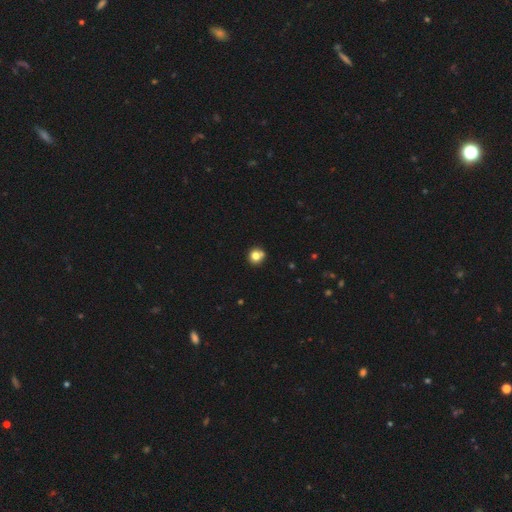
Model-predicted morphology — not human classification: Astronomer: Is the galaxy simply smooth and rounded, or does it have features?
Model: smooth — 78%.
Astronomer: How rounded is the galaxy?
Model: round — 89%.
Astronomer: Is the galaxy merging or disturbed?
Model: none — 74%.